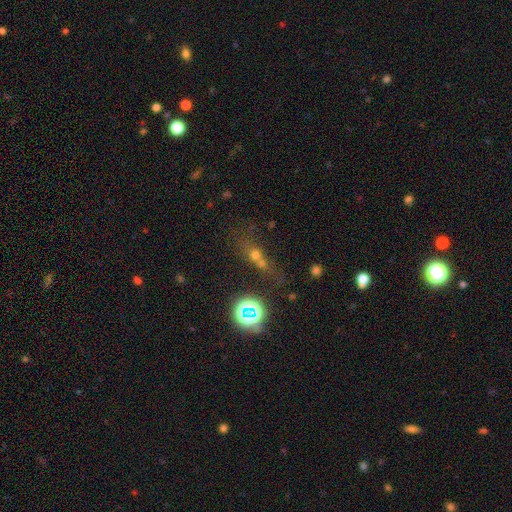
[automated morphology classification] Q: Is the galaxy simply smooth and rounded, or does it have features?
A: smooth — 46%.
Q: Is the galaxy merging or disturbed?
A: none — 40%.